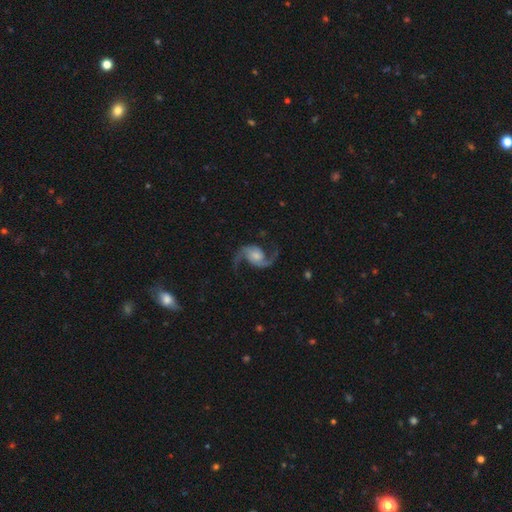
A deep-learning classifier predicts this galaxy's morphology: Smooth or featured: featured or disk — 92% (star or artifact — 4%)
Edge-on disk: no — 98% (yes — 2%)
Bar: no — 61% (weak — 30%)
Spiral arms: yes — 98% (no — 2%)
Spiral winding: loose — 64% (medium — 31%)
Spiral arm count: 2 — 95% (1 — 1%)
Bulge size: moderate — 35% (small — 26%)
Merging: none — 78% (minor disturbance — 13%)